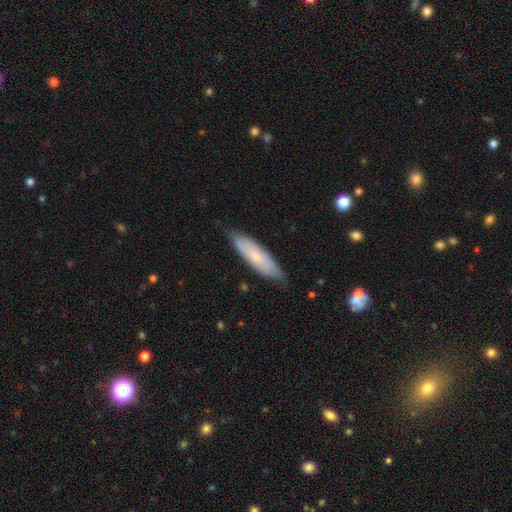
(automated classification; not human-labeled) smooth-or-featured: smooth: 62% | featured or disk: 32% | star or artifact: 6%
  how-rounded: cigar-shaped: 62% | in between: 37% | round: 2%
  merging: none: 79% | minor disturbance: 17% | major disturbance: 3% | merger: 1%